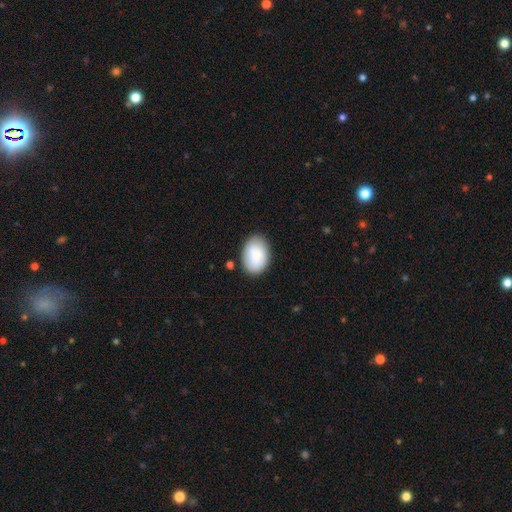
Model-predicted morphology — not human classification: Overall: smooth (86%). How rounded: in between (85%). Merging: none (81%).